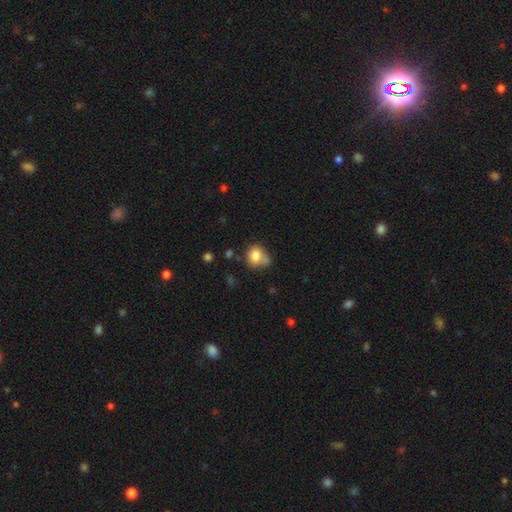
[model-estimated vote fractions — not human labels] smooth-or-featured: smooth: 80% | featured or disk: 10% | star or artifact: 10%
  how-rounded: round: 68% | in between: 31% | cigar-shaped: 1%
  merging: none: 48% | minor disturbance: 23% | merger: 21% | major disturbance: 8%